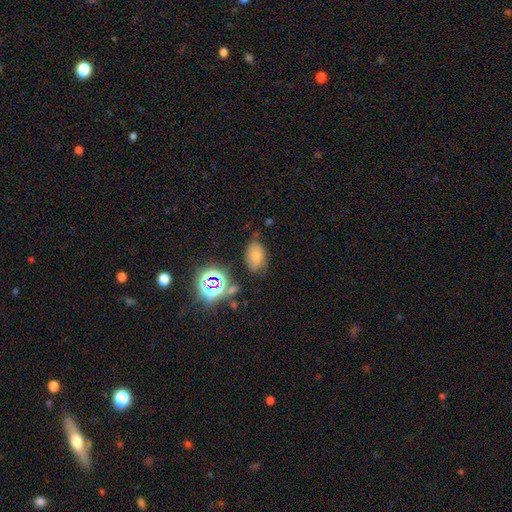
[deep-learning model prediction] smooth-or-featured: smooth: 61% | star or artifact: 20% | featured or disk: 18%
  how-rounded: in between: 85% | round: 14% | cigar-shaped: 1%
  merging: none: 59% | minor disturbance: 27% | major disturbance: 9% | merger: 4%